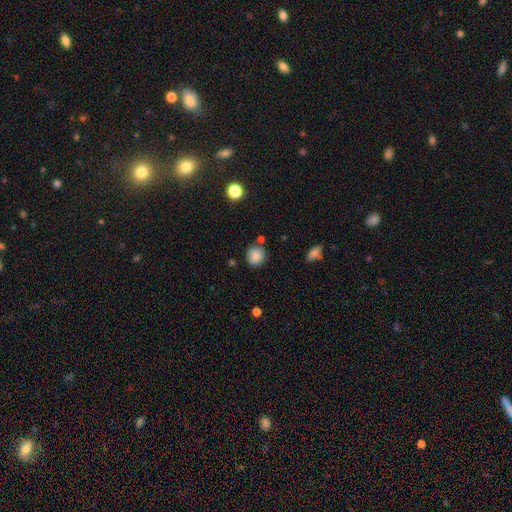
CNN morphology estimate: type=smooth (86%); roundness=round (85%); merging=none (79%).